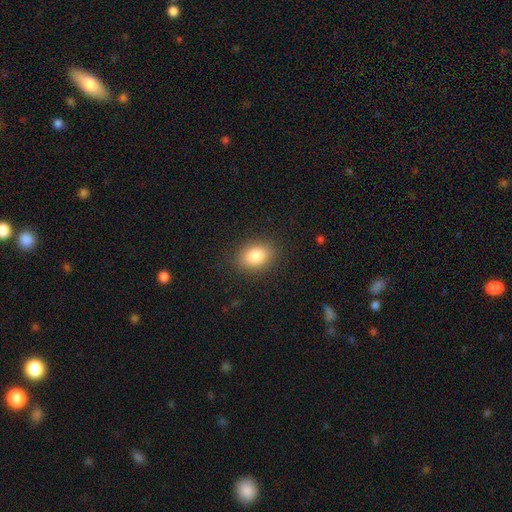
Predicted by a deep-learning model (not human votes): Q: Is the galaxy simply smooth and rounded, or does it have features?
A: smooth — 84%.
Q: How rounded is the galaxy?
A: in between — 71%.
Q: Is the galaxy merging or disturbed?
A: none — 87%.